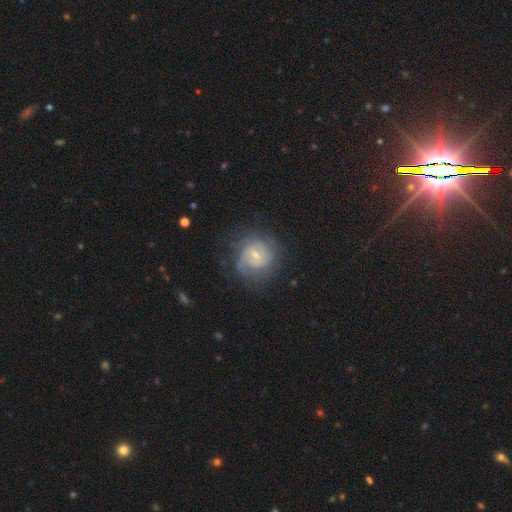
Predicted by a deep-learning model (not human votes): Smooth or featured? featured or disk (72%)
Edge-on disk? no (98%)
Bar? weak (47%)
Spiral arms? yes (88%)
Spiral winding? tight (55%)
Spiral arm count? can't tell (39%)
Bulge size? small (62%)
Merging? none (68%)